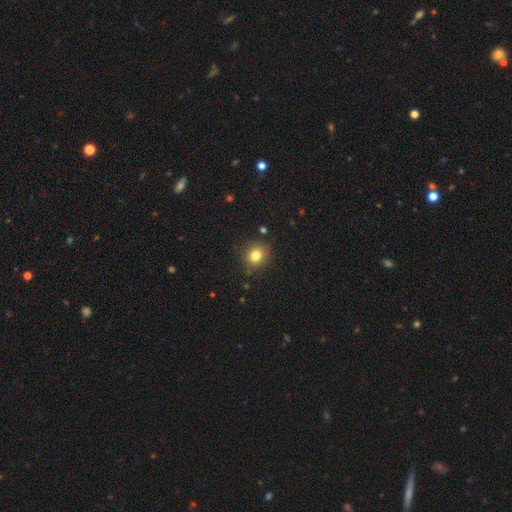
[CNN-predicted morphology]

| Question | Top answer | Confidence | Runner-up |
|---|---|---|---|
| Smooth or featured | smooth | 81% | star or artifact (12%) |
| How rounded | round | 78% | in between (21%) |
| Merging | none | 86% | minor disturbance (9%) |